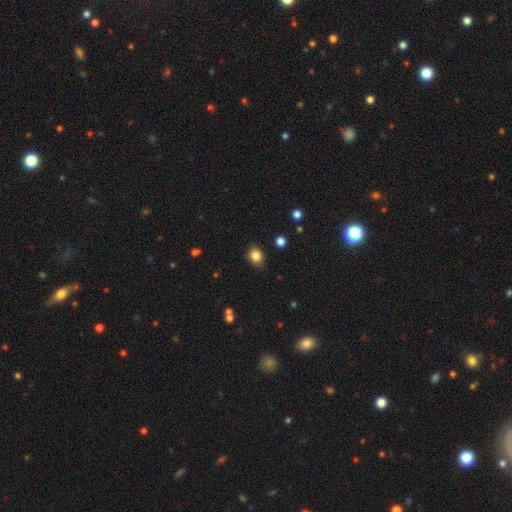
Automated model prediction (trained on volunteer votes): smooth 84%, star or artifact 10%, featured or disk 6%. Down the decision tree: how rounded — in between (58%); merging — none (86%).